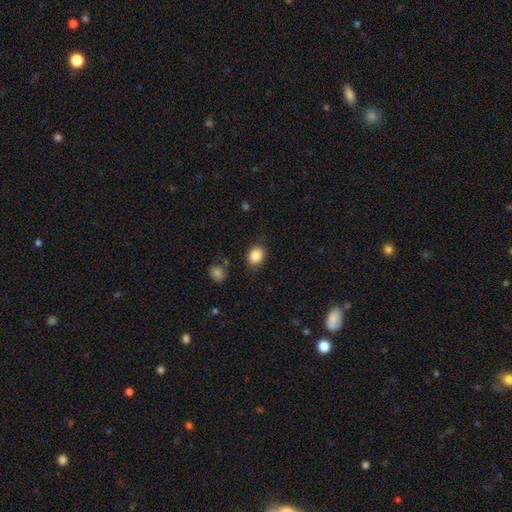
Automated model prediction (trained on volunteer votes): Smooth or featured?
  - smooth: 86% *
  - star or artifact: 9%
  - featured or disk: 5%
How rounded?
  - round: 50% *
  - in between: 49%
  - cigar-shaped: 1%
Merging?
  - none: 82% *
  - minor disturbance: 12%
  - major disturbance: 3%
  - merger: 2%